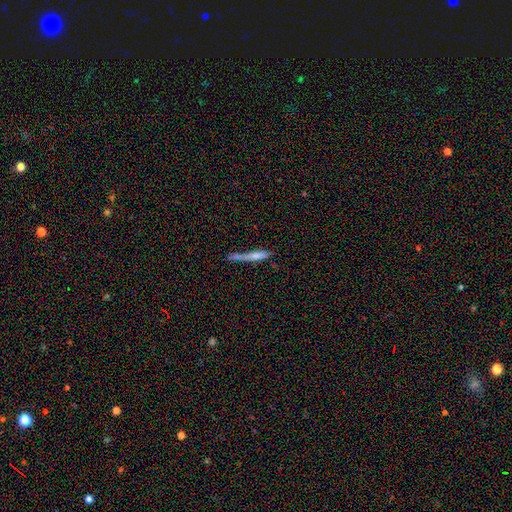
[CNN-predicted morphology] Q: Smooth or featured?
A: smooth (63%); runner-up: featured or disk (29%)
Q: How rounded?
A: cigar-shaped (92%); runner-up: in between (6%)
Q: Merging?
A: none (51%); runner-up: minor disturbance (21%)